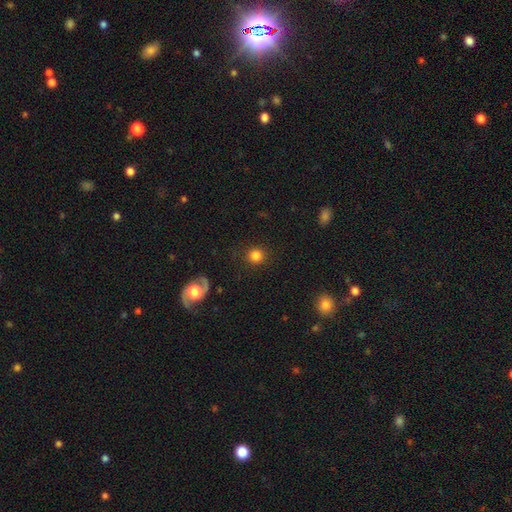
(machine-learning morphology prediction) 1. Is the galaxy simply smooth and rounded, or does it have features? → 81% smooth, 12% star or artifact, 8% featured or disk.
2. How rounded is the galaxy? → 93% round, 6% in between, 1% cigar-shaped.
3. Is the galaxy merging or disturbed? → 90% none, 6% minor disturbance, 3% major disturbance, 1% merger.